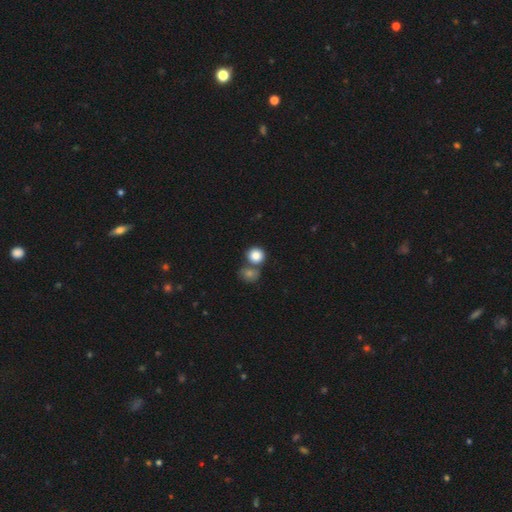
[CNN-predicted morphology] smooth-or-featured: smooth: 85% | star or artifact: 9% | featured or disk: 6%
  how-rounded: round: 88% | in between: 11% | cigar-shaped: 1%
  merging: none: 56% | merger: 33% | minor disturbance: 8% | major disturbance: 3%